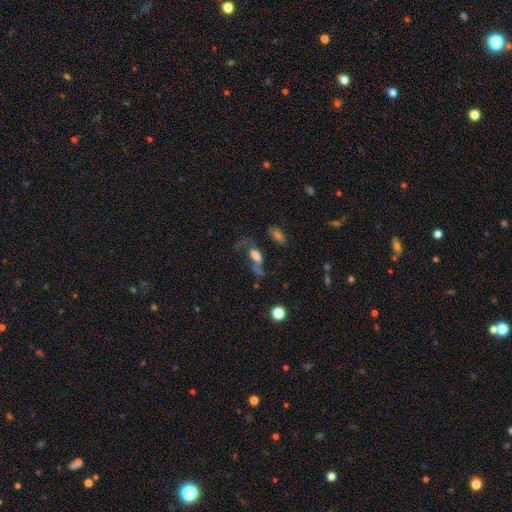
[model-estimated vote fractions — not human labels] Morphology: type=smooth (44%); merging=major disturbance (37%).